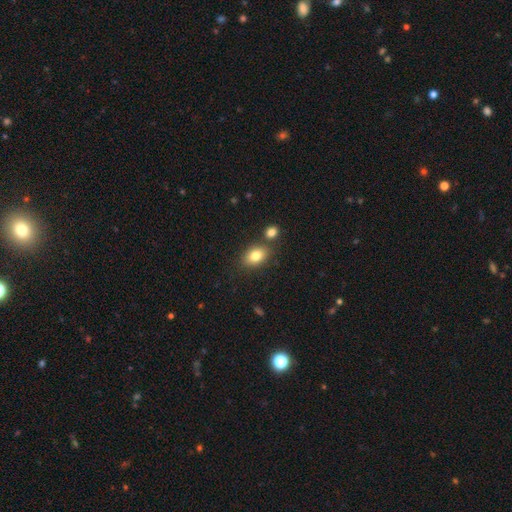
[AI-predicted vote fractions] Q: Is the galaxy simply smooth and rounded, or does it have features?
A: smooth — 81%.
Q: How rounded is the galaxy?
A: in between — 81%.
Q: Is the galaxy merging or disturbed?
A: none — 72%.